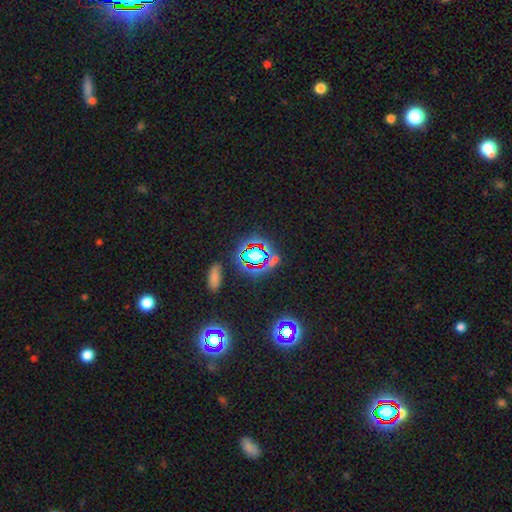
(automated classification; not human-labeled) smooth_or_featured: star or artifact (p=0.63) [alt: smooth p=0.24]